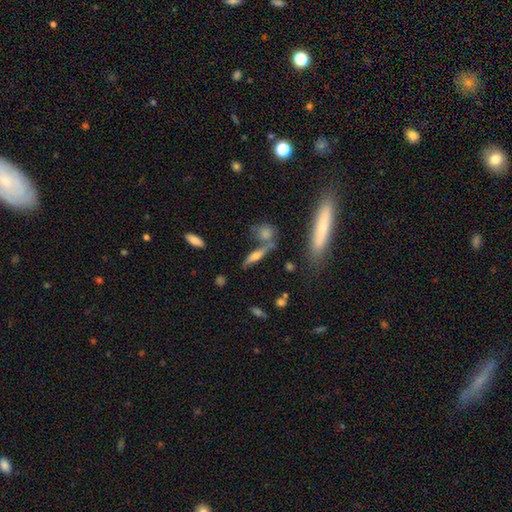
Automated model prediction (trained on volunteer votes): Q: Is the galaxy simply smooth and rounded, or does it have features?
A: featured or disk — 49%.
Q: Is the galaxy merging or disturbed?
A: none — 62%.